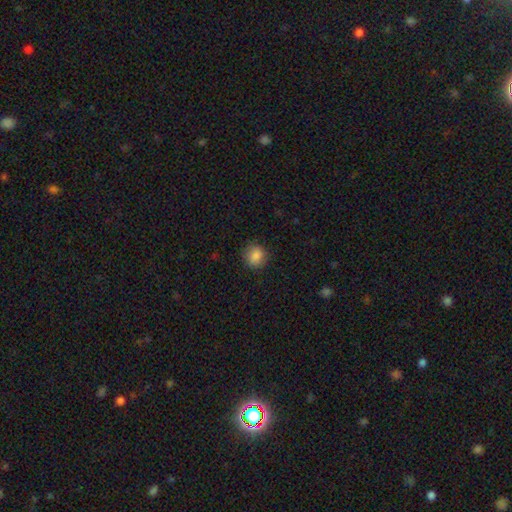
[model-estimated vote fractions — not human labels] Morphology: type=smooth (87%); roundness=round (86%); merging=none (86%).